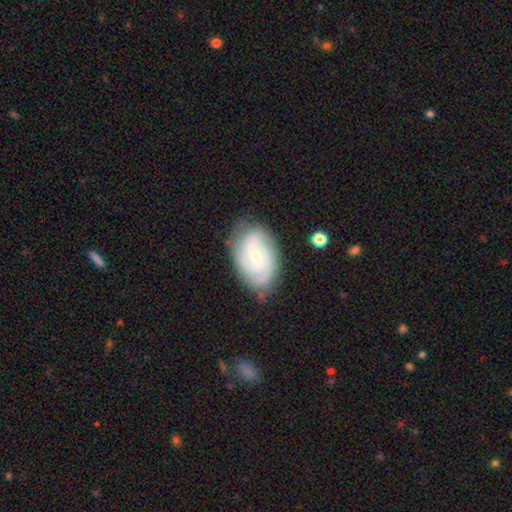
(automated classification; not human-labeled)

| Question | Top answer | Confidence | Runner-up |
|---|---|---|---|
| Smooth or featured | featured or disk | 80% | smooth (14%) |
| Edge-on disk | no | 97% | yes (3%) |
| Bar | weak | 51% | no (37%) |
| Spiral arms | yes | 95% | no (5%) |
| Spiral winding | tight | 53% | medium (37%) |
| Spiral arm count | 2 | 39% | 3 (25%) |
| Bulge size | small | 63% | moderate (33%) |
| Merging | none | 76% | minor disturbance (18%) |